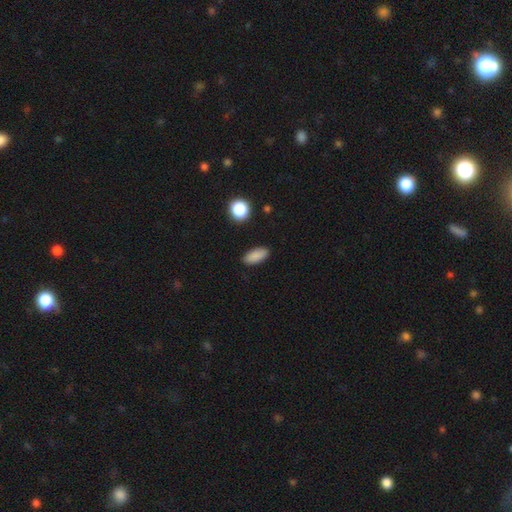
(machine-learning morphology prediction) smooth_or_featured: smooth (p=0.88) [alt: star or artifact p=0.08]
how_rounded: in between (p=0.87) [alt: cigar-shaped p=0.10]
merging: none (p=0.88) [alt: minor disturbance p=0.09]